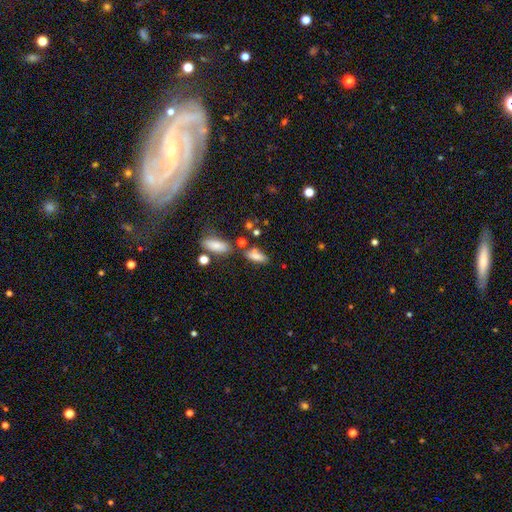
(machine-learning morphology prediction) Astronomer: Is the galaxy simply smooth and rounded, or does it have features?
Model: smooth — 79%.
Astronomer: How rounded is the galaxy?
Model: in between — 73%.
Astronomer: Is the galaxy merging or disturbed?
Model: none — 61%.